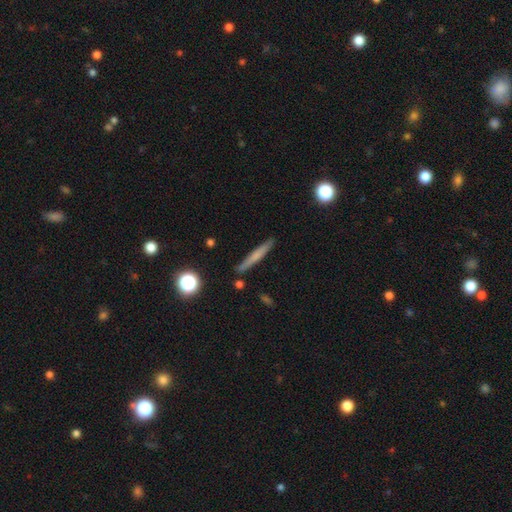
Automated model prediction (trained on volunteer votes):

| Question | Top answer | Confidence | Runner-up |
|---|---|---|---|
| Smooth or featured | smooth | 54% | featured or disk (37%) |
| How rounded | cigar-shaped | 93% | in between (4%) |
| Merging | none | 88% | minor disturbance (8%) |